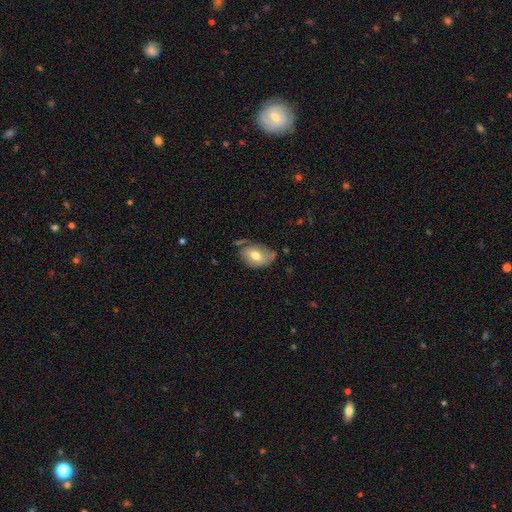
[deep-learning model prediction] Smooth or featured: smooth — 70% (featured or disk — 23%)
How rounded: in between — 80% (round — 19%)
Merging: none — 56% (minor disturbance — 31%)